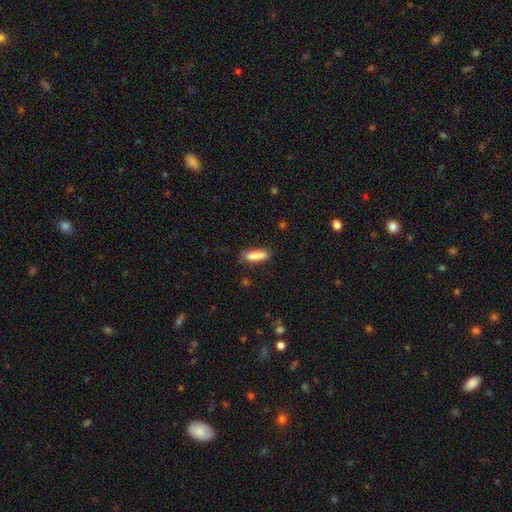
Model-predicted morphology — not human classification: smooth 86%, featured or disk 7%, star or artifact 7%. Down the decision tree: how rounded — cigar-shaped (51%); merging — none (78%).